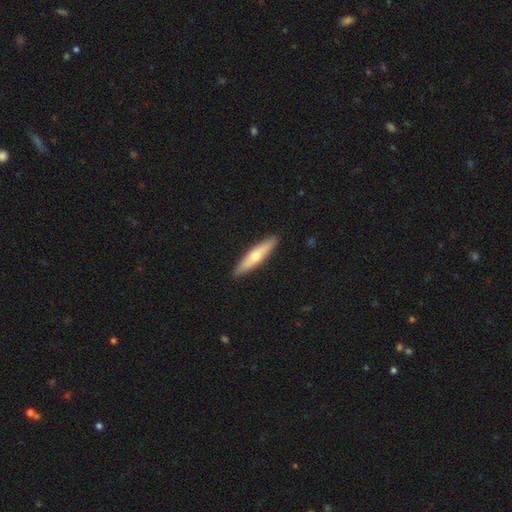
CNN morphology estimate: smooth-or-featured: smooth: 49% | featured or disk: 45% | star or artifact: 6%
  merging: none: 91% | minor disturbance: 7% | major disturbance: 1% | merger: 1%